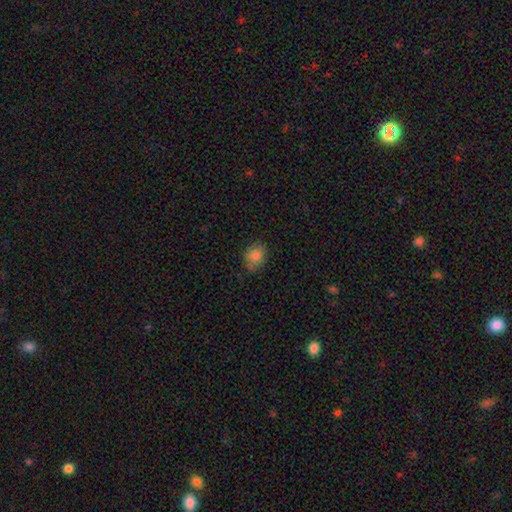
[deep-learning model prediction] Morphology: type=smooth (81%); roundness=round (57%); merging=none (73%).